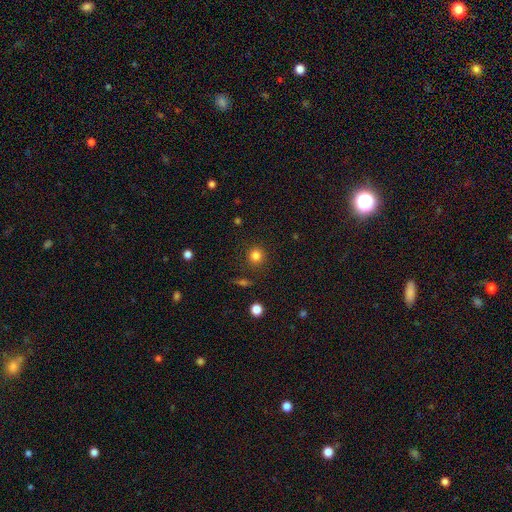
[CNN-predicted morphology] smooth_or_featured: smooth (p=0.82) [alt: star or artifact p=0.13]
how_rounded: round (p=0.92) [alt: in between p=0.07]
merging: none (p=0.88) [alt: minor disturbance p=0.07]